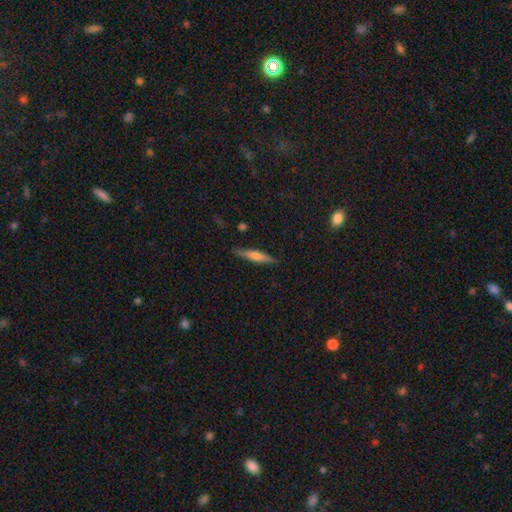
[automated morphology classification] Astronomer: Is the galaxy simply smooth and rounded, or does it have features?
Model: smooth — 55% (runner-up: featured or disk, 38%).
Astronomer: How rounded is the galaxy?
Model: cigar-shaped — 87%.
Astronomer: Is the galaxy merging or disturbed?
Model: none — 87%.